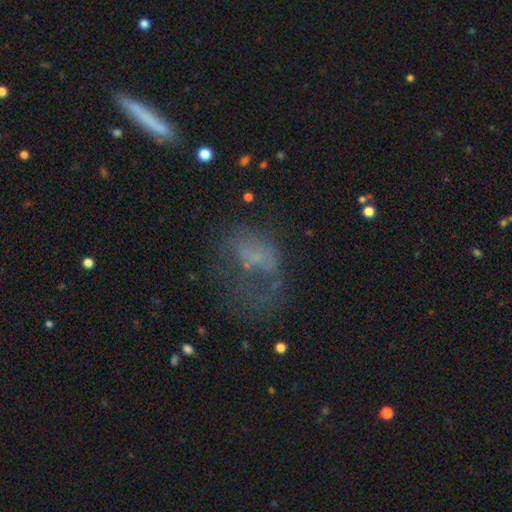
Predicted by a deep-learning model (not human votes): Smooth or featured? Predicted: featured or disk (p=0.43). Merging? Predicted: major disturbance (p=0.50).